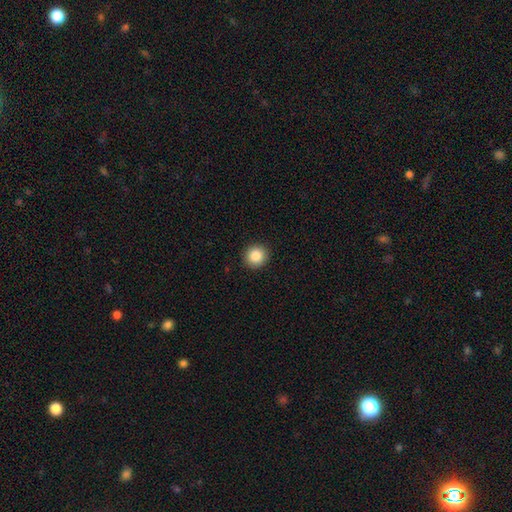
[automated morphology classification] The model was most divided on "smooth or featured": smooth: 87%, star or artifact: 9%, featured or disk: 4%. More confident: merging — none (92%); how rounded — round (92%).